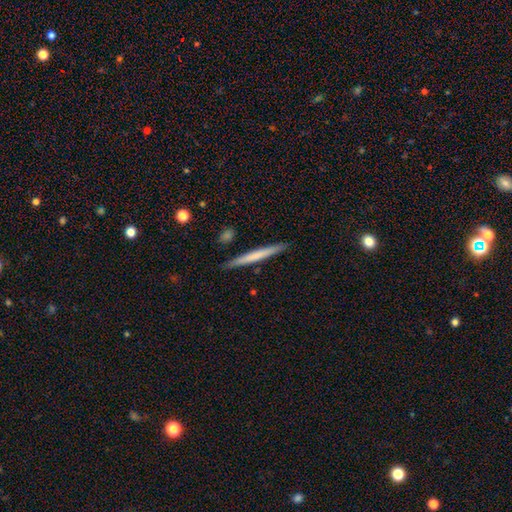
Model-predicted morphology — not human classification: Smooth or featured?
  - smooth: 57% *
  - featured or disk: 38%
  - star or artifact: 6%
How rounded?
  - cigar-shaped: 97% *
  - in between: 2%
  - round: 1%
Merging?
  - none: 89% *
  - minor disturbance: 7%
  - merger: 2%
  - major disturbance: 1%